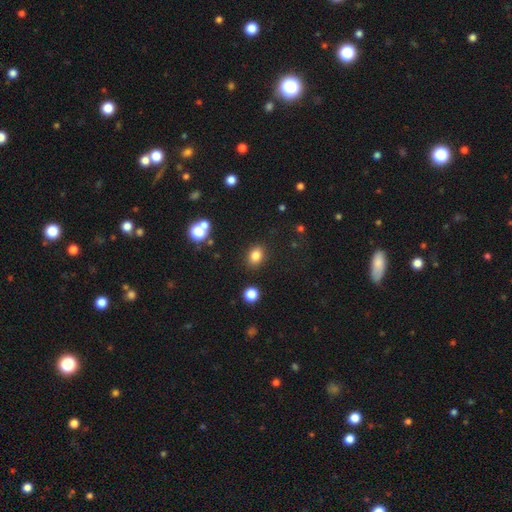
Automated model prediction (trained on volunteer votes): Q: Smooth or featured?
A: smooth (82%); runner-up: star or artifact (12%)
Q: How rounded?
A: in between (61%); runner-up: round (38%)
Q: Merging?
A: none (86%); runner-up: minor disturbance (9%)